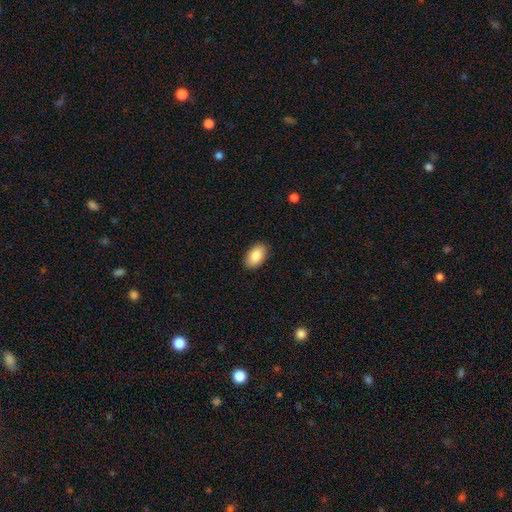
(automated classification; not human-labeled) Smooth or featured: smooth — 87% (star or artifact — 7%)
How rounded: in between — 93% (round — 6%)
Merging: none — 89% (minor disturbance — 8%)